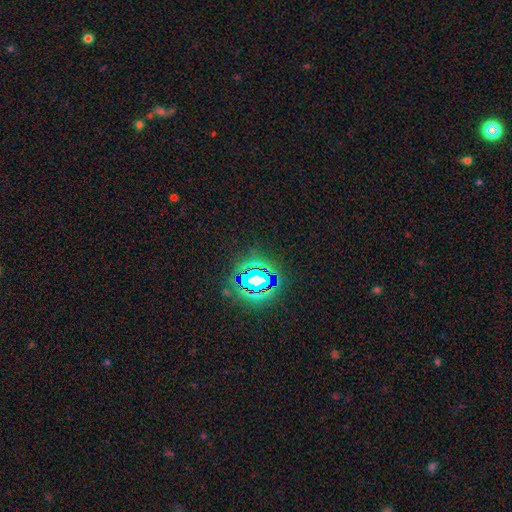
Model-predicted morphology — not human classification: Q: Smooth or featured?
A: star or artifact (80%); runner-up: smooth (12%)